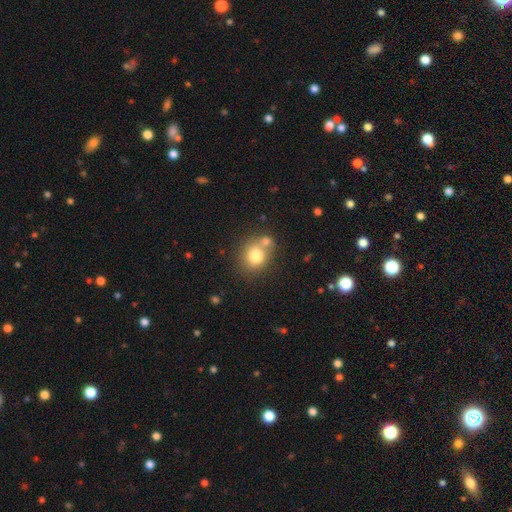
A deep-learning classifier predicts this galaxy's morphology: Smooth or featured?
  - smooth: 77% *
  - featured or disk: 12%
  - star or artifact: 11%
How rounded?
  - round: 75% *
  - in between: 24%
  - cigar-shaped: 1%
Merging?
  - none: 57% *
  - merger: 28%
  - minor disturbance: 11%
  - major disturbance: 4%